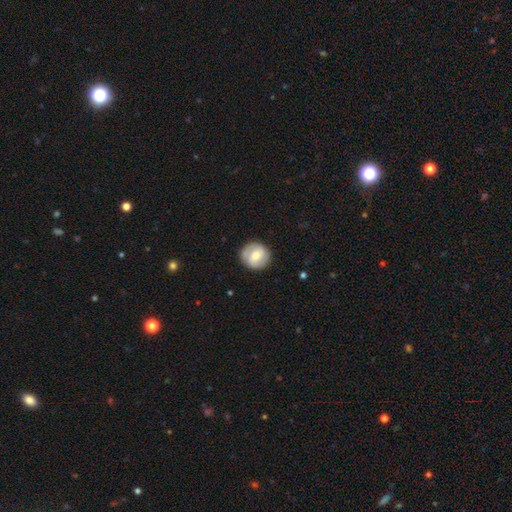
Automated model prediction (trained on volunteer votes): This is possibly a featured or disk galaxy (48%). Merging: clearly none (86%).